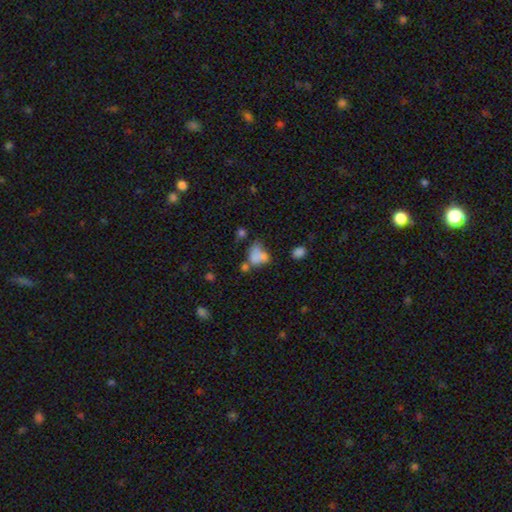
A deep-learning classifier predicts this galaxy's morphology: Smooth or featured: smooth — 72% (featured or disk — 15%)
How rounded: in between — 73% (round — 26%)
Merging: merger — 29% (none — 27%)